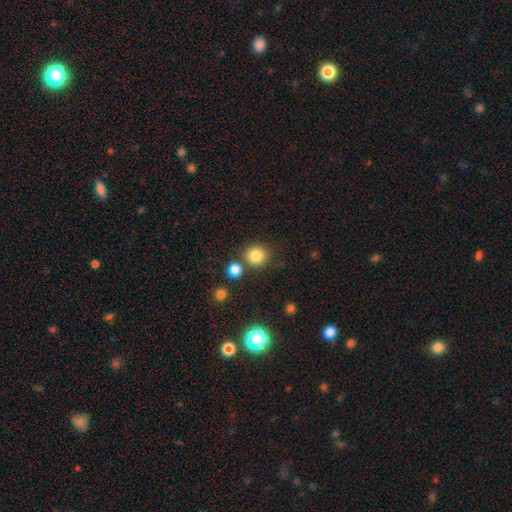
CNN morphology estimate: Q: Smooth or featured?
A: smooth (83%); runner-up: star or artifact (12%)
Q: How rounded?
A: round (89%); runner-up: in between (10%)
Q: Merging?
A: none (75%); runner-up: merger (13%)